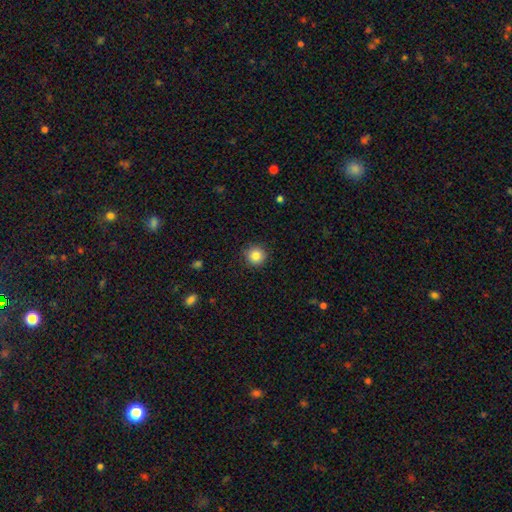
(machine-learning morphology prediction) Q: Smooth or featured?
A: smooth (84%); runner-up: star or artifact (10%)
Q: How rounded?
A: round (95%); runner-up: in between (4%)
Q: Merging?
A: none (90%); runner-up: minor disturbance (7%)